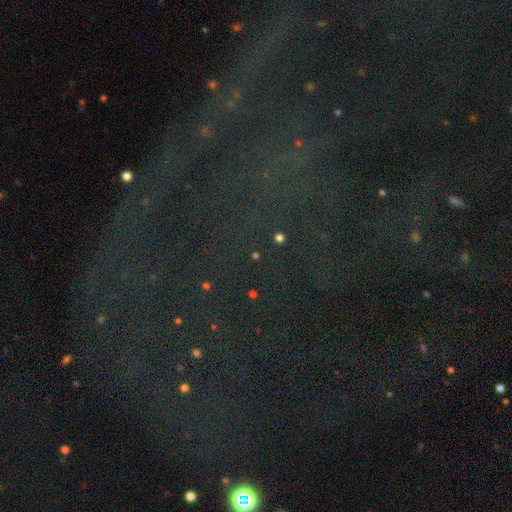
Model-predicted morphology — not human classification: The model was most divided on "smooth or featured": star or artifact: 76%, smooth: 16%, featured or disk: 8%.